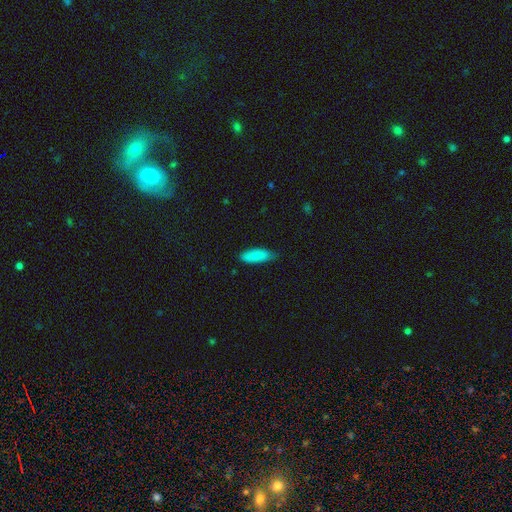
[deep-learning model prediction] Smooth or featured?
  - smooth: 87% *
  - featured or disk: 7%
  - star or artifact: 6%
How rounded?
  - in between: 65% *
  - cigar-shaped: 33%
  - round: 2%
Merging?
  - none: 70% *
  - minor disturbance: 25%
  - major disturbance: 3%
  - merger: 1%